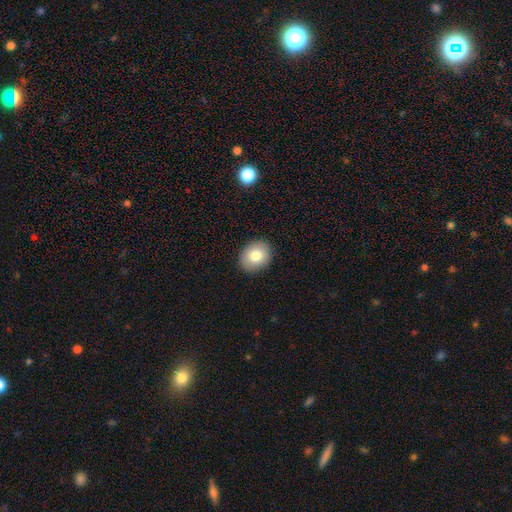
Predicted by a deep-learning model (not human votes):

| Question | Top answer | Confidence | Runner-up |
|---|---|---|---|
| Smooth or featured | smooth | 80% | featured or disk (11%) |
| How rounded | round | 51% | in between (48%) |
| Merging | none | 89% | minor disturbance (8%) |